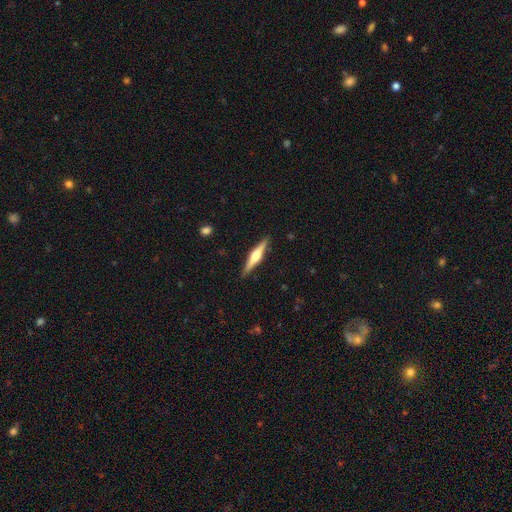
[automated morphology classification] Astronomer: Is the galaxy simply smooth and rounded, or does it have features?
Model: featured or disk — 71%.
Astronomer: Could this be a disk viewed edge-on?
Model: yes — 98%.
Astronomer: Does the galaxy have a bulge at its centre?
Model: rounded — 90%.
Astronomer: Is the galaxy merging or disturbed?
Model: none — 91%.